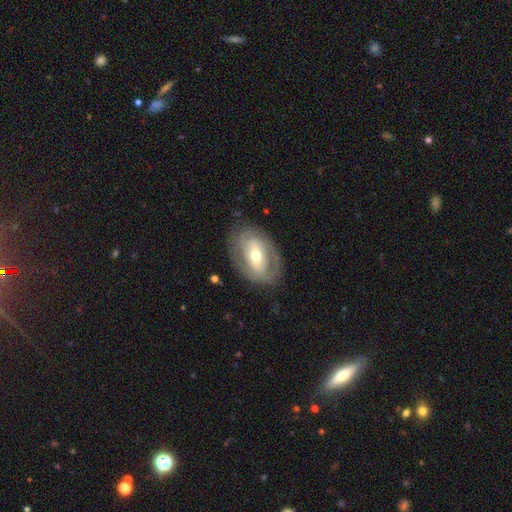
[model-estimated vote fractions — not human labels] Q: Smooth or featured?
A: featured or disk (67%); runner-up: smooth (27%)
Q: Edge-on disk?
A: no (93%); runner-up: yes (7%)
Q: Bar?
A: no (36%); runner-up: weak (35%)
Q: Spiral arms?
A: yes (59%); runner-up: no (41%)
Q: Bulge size?
A: moderate (67%); runner-up: small (24%)
Q: Merging?
A: none (76%); runner-up: minor disturbance (16%)